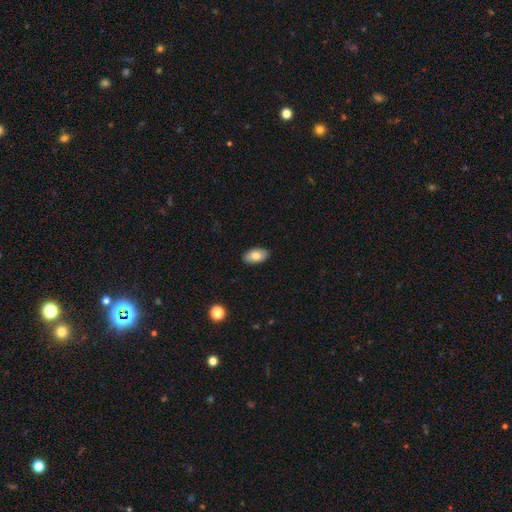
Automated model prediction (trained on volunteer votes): smooth-or-featured: smooth: 80% | featured or disk: 13% | star or artifact: 7%
  how-rounded: in between: 94% | round: 4% | cigar-shaped: 2%
  merging: none: 89% | minor disturbance: 9% | major disturbance: 2% | merger: 1%